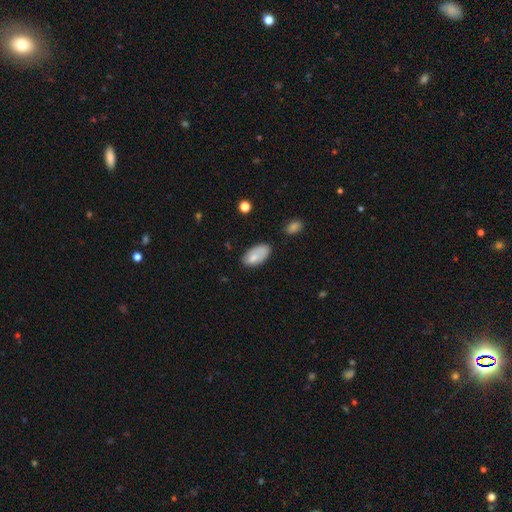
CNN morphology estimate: smooth-or-featured: smooth: 75% | featured or disk: 18% | star or artifact: 7%
  how-rounded: in between: 94% | round: 3% | cigar-shaped: 2%
  merging: none: 61% | minor disturbance: 27% | major disturbance: 7% | merger: 5%